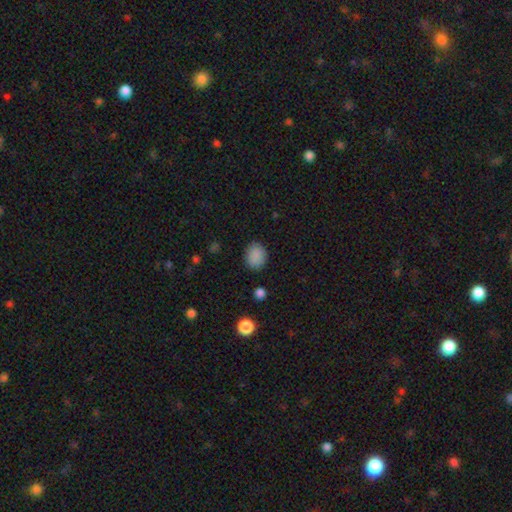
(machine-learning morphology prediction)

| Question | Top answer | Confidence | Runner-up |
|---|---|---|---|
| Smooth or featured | smooth | 87% | star or artifact (9%) |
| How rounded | round | 54% | in between (45%) |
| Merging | none | 85% | minor disturbance (11%) |